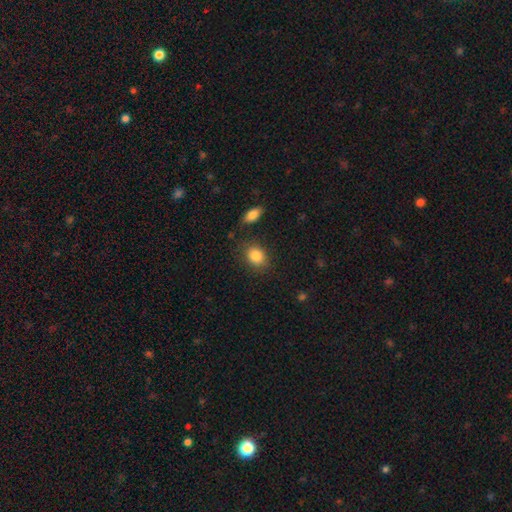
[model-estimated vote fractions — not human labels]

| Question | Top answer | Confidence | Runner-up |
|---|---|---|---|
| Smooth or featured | smooth | 86% | star or artifact (8%) |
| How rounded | in between | 55% | round (43%) |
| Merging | none | 79% | minor disturbance (13%) |